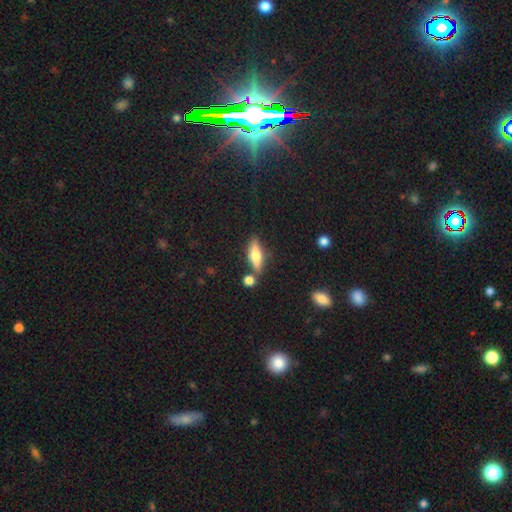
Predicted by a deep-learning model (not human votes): This appears to be a smooth galaxy with no disk features (56%) that is cigar-shaped (50%). Merging: none (72%).